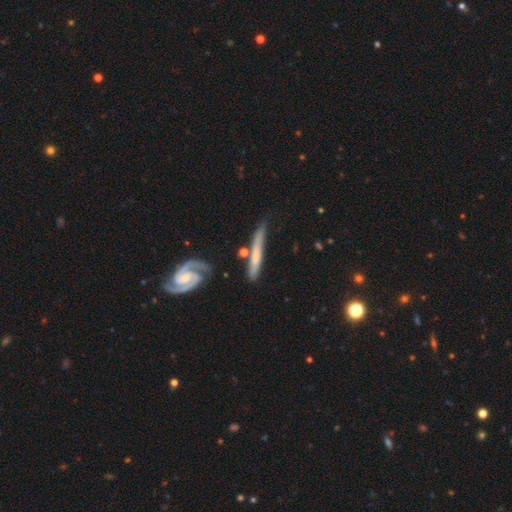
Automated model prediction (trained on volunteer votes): Q: Smooth or featured?
A: featured or disk (56%); runner-up: smooth (38%)
Q: Edge-on disk?
A: yes (65%); runner-up: no (35%)
Q: Merging?
A: none (65%); runner-up: minor disturbance (19%)